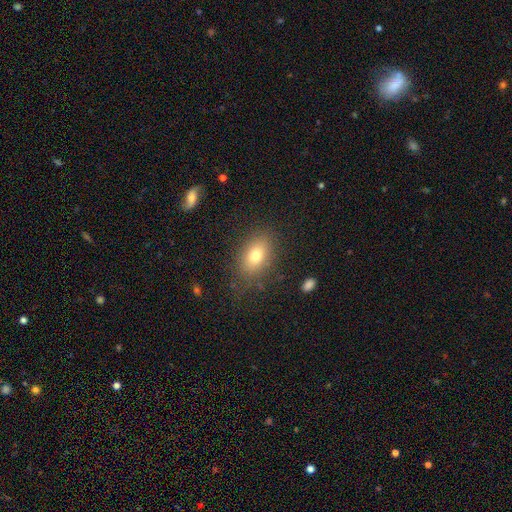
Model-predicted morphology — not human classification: smooth_or_featured: smooth (p=0.76) [alt: featured or disk p=0.13]
how_rounded: in between (p=0.82) [alt: round p=0.16]
merging: none (p=0.81) [alt: minor disturbance p=0.13]